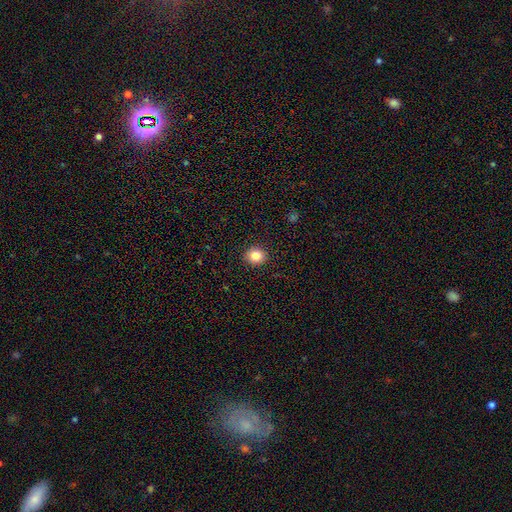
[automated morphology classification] Smooth or featured? Predicted: smooth (p=0.84). How rounded? Predicted: round (p=0.82). Merging? Predicted: none (p=0.92).